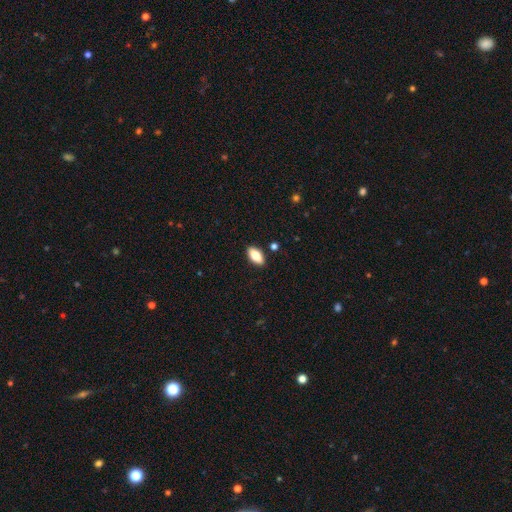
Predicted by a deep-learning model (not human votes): A smooth galaxy with no disk features (78%) that is in between round and cigar-shaped (88%).

Vote fractions:
- Smooth or featured? smooth: 78% / featured or disk: 15% / star or artifact: 7%
- How rounded? in between: 88% / cigar-shaped: 9% / round: 3%
- Merging? none: 88% / minor disturbance: 8% / merger: 2% / major disturbance: 2%